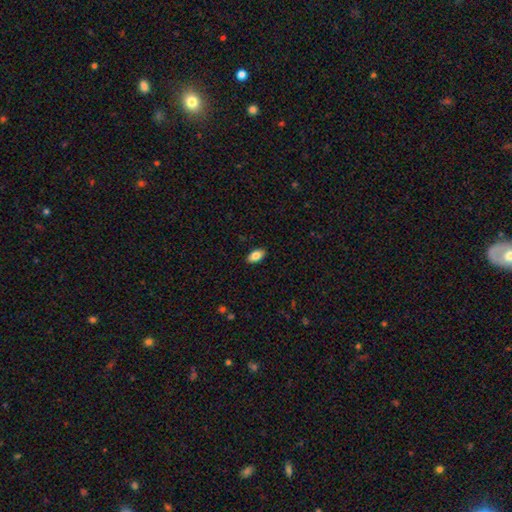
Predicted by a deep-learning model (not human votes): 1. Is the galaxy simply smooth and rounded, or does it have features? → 84% smooth, 9% featured or disk, 7% star or artifact.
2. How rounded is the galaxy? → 93% in between, 4% round, 3% cigar-shaped.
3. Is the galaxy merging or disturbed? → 90% none, 8% minor disturbance, 2% major disturbance, 1% merger.